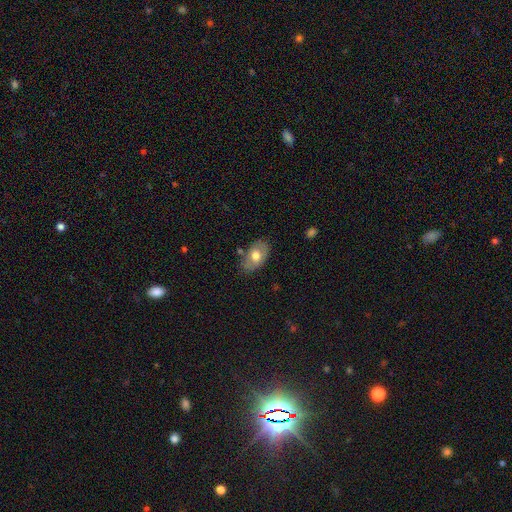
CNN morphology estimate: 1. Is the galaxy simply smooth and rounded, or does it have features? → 64% smooth, 30% featured or disk, 6% star or artifact.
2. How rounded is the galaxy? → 90% in between, 9% round, 1% cigar-shaped.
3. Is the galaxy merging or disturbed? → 75% none, 18% minor disturbance, 4% major disturbance, 3% merger.